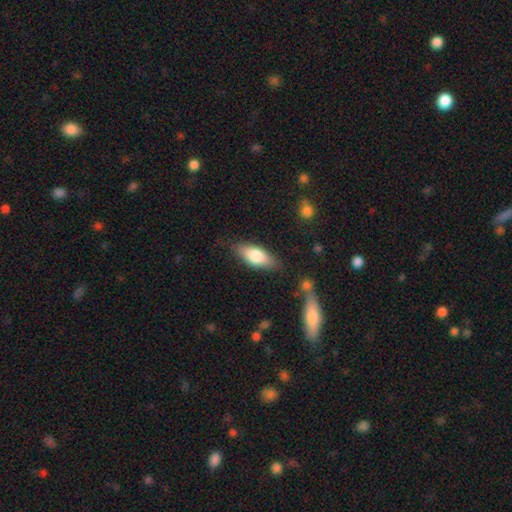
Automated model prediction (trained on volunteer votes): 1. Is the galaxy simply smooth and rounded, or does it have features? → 75% smooth, 19% featured or disk, 6% star or artifact.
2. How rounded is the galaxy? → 78% in between, 19% cigar-shaped, 3% round.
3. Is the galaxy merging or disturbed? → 78% none, 15% minor disturbance, 4% major disturbance, 2% merger.